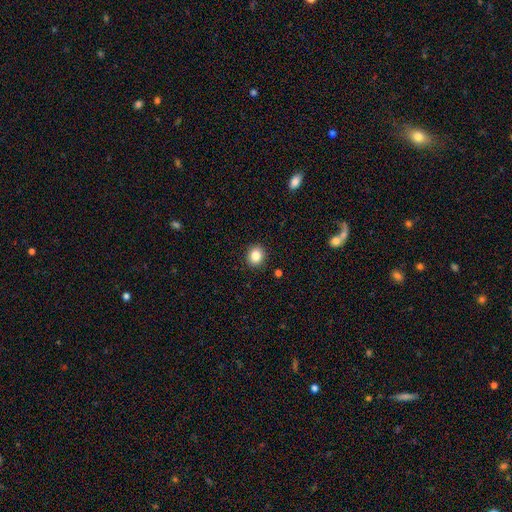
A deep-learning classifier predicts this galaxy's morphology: This appears to be a smooth galaxy with no disk features (85%) that is round (77%). Merging: none (91%).